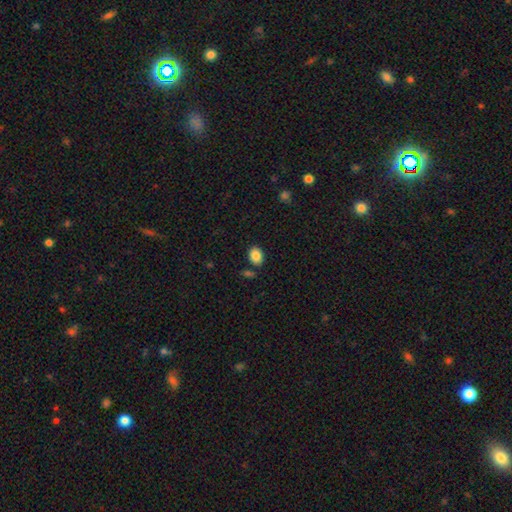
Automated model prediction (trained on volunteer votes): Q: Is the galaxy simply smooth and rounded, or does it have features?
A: smooth — 87%.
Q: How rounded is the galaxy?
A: in between — 72%.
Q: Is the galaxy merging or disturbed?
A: none — 81%.